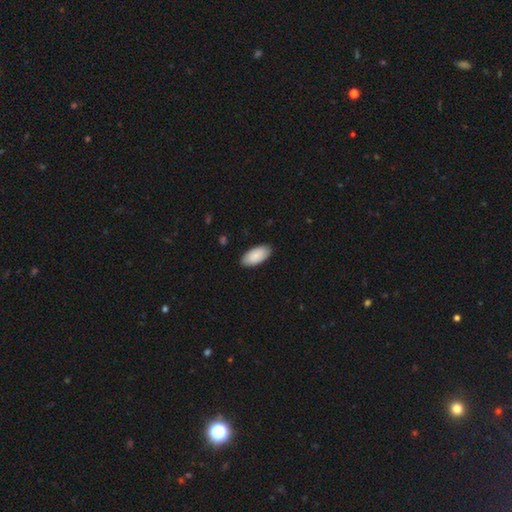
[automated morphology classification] Smooth or featured? Predicted: smooth (p=0.85). How rounded? Predicted: in between (p=0.95). Merging? Predicted: none (p=0.87).